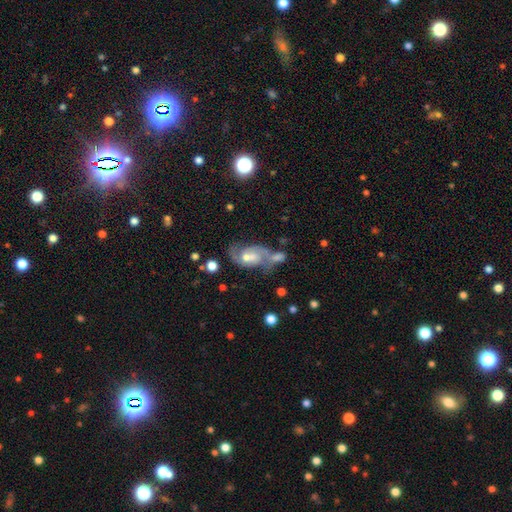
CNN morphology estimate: Smooth or featured? featured or disk (77%)
Edge-on disk? no (96%)
Bar? no (50%)
Spiral arms? yes (91%)
Spiral winding? medium (50%)
Spiral arm count? 2 (81%)
Bulge size? moderate (52%)
Merging? none (37%)